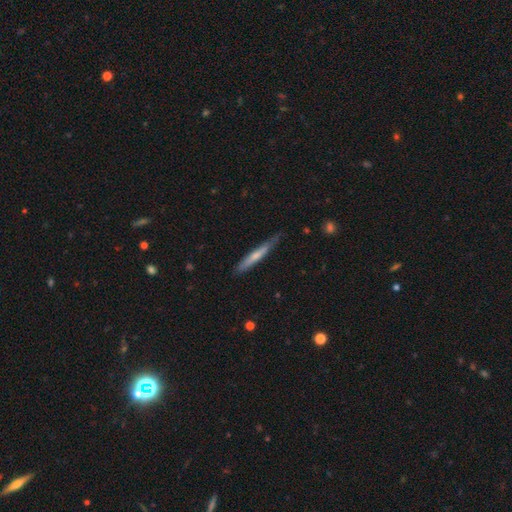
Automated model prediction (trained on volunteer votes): Smooth or featured?
  - smooth: 57% *
  - featured or disk: 38%
  - star or artifact: 5%
How rounded?
  - cigar-shaped: 95% *
  - in between: 4%
  - round: 1%
Merging?
  - none: 70% *
  - minor disturbance: 24%
  - major disturbance: 4%
  - merger: 2%